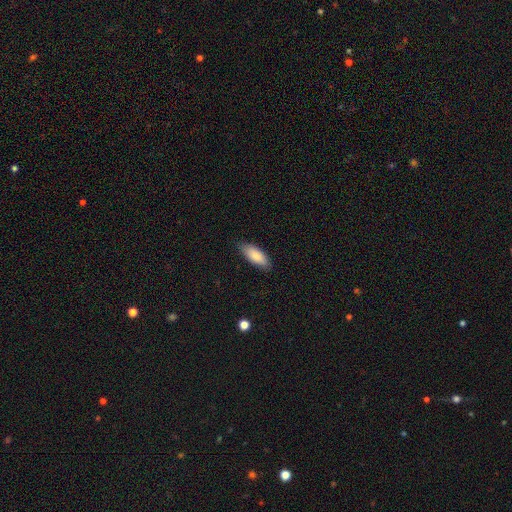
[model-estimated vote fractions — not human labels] Q: Smooth or featured?
A: smooth (86%); runner-up: featured or disk (8%)
Q: How rounded?
A: in between (78%); runner-up: cigar-shaped (21%)
Q: Merging?
A: none (84%); runner-up: minor disturbance (12%)